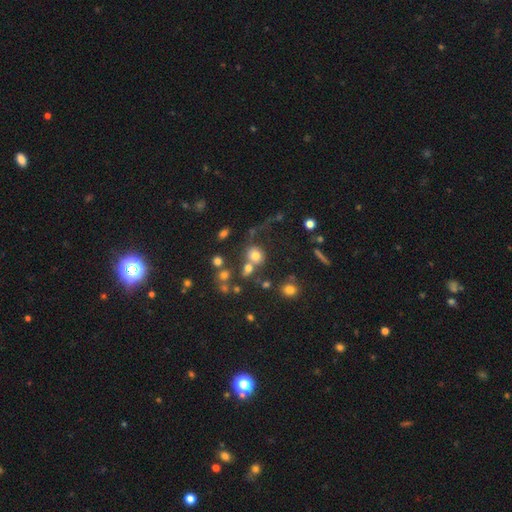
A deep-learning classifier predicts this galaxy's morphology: The model was most divided on "merging": none: 53%, merger: 27%, minor disturbance: 12%, major disturbance: 8%. More confident: how rounded — round (77%); smooth or featured — smooth (69%).